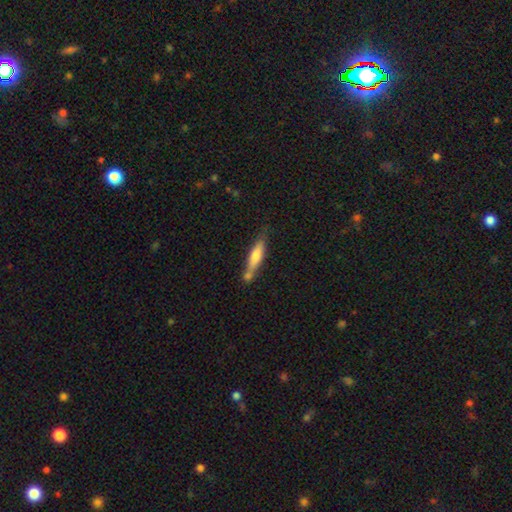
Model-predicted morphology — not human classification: Smooth or featured: smooth — 64% (featured or disk — 30%)
How rounded: cigar-shaped — 80% (in between — 19%)
Merging: none — 52% (merger — 24%)